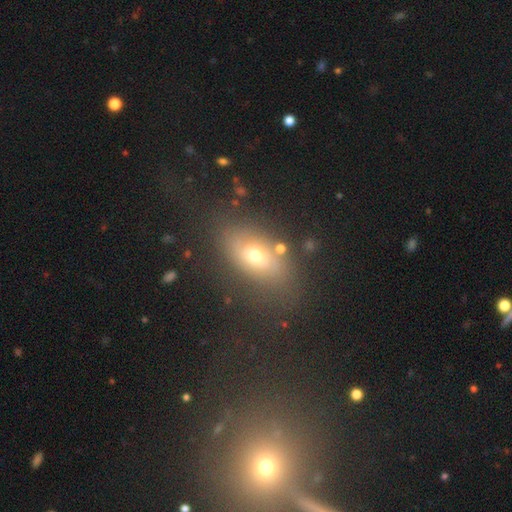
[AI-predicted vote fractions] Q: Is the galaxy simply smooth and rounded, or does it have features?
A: smooth — 57%.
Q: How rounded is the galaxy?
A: in between — 80%.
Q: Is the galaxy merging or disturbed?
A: none — 69%.